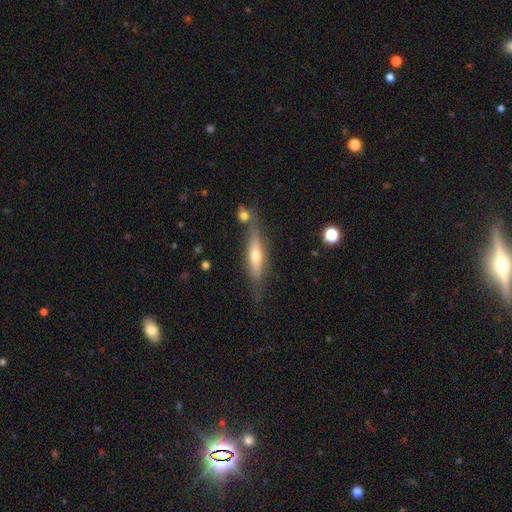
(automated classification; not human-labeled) A featured or disk galaxy (58%) viewed edge-on (88%) with a rounded central bulge (83%). Merging: none (71%).